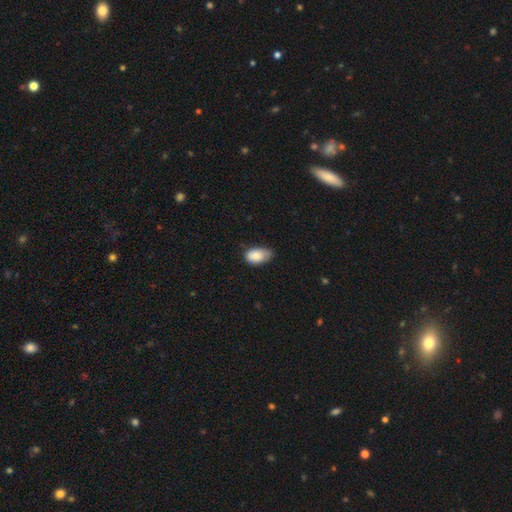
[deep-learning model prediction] Smooth or featured? smooth (85%)
How rounded? in between (91%)
Merging? none (47%)